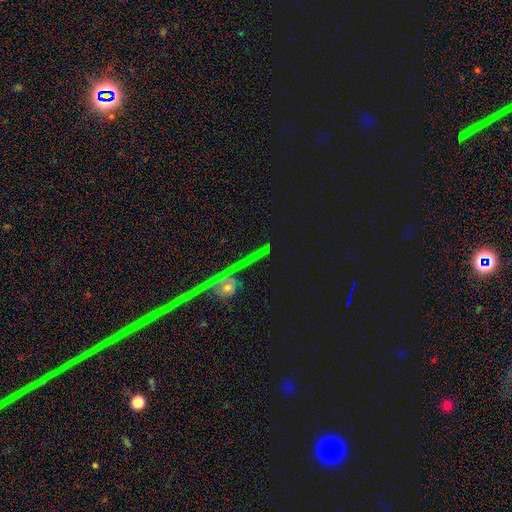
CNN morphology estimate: Q: Smooth or featured?
A: star or artifact (70%); runner-up: featured or disk (18%)